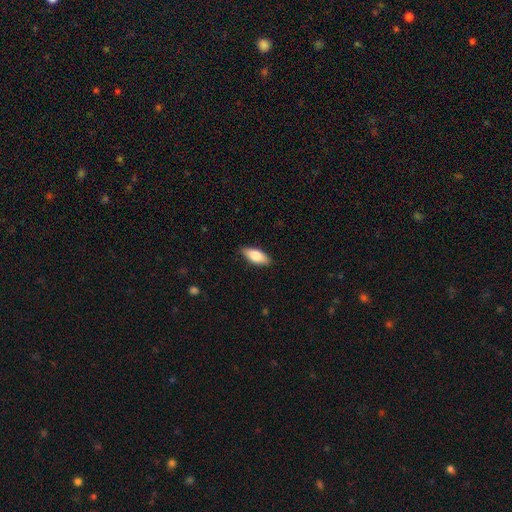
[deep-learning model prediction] Morphology: type=smooth (76%); roundness=in between (83%); merging=none (86%).